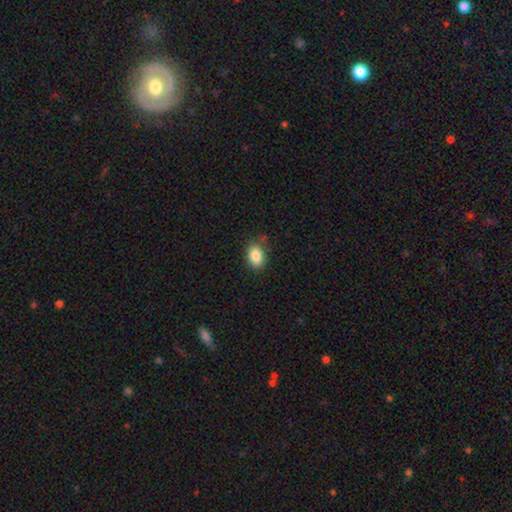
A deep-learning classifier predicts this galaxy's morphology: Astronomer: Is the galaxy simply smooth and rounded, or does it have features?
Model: smooth — 85%.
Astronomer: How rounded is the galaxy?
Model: in between — 79%.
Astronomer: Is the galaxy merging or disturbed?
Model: none — 80%.